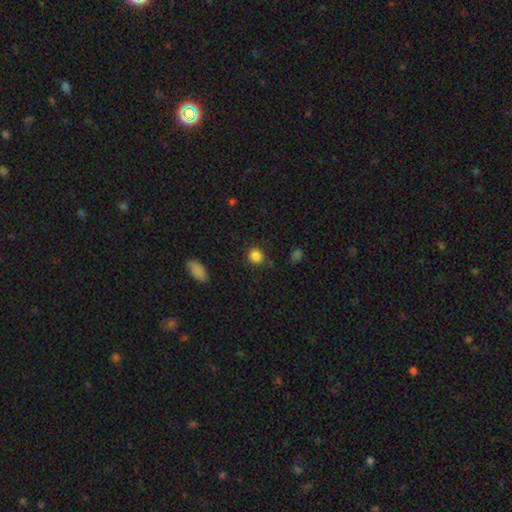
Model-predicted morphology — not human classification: The model was most divided on "merging": none: 83%, minor disturbance: 11%, major disturbance: 3%, merger: 2%. More confident: how rounded — round (87%); smooth or featured — smooth (86%).